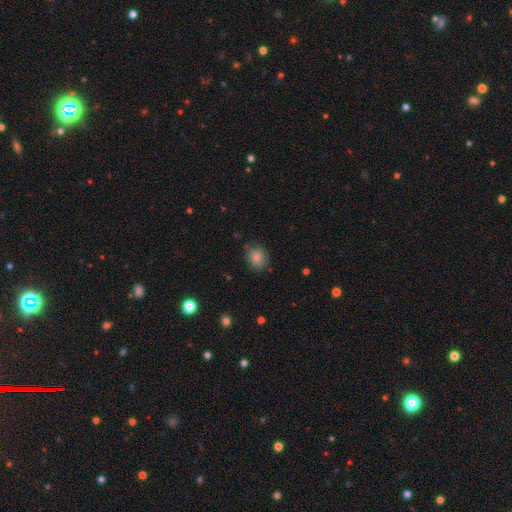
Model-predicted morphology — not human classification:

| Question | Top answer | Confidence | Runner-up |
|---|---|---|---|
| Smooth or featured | smooth | 80% | star or artifact (12%) |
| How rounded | round | 65% | in between (34%) |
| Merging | none | 78% | minor disturbance (17%) |